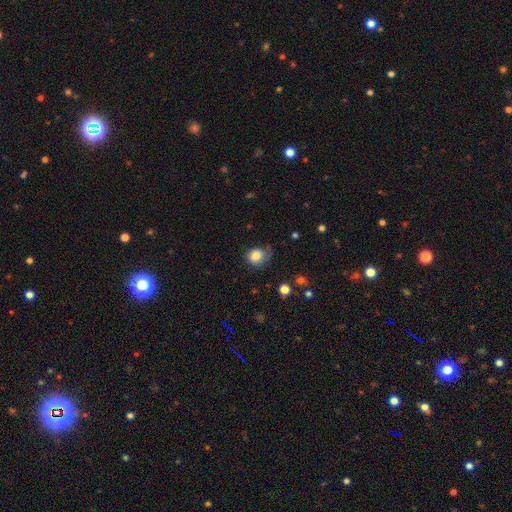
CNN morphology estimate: Smooth or featured? smooth (82%)
How rounded? round (72%)
Merging? none (53%)